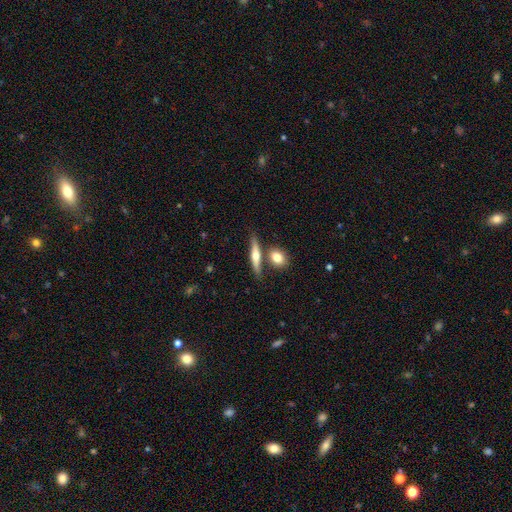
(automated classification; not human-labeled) This is possibly a featured or disk galaxy (52%). It is clearly viewed edge-on (92%). Merging: likely none (69%).